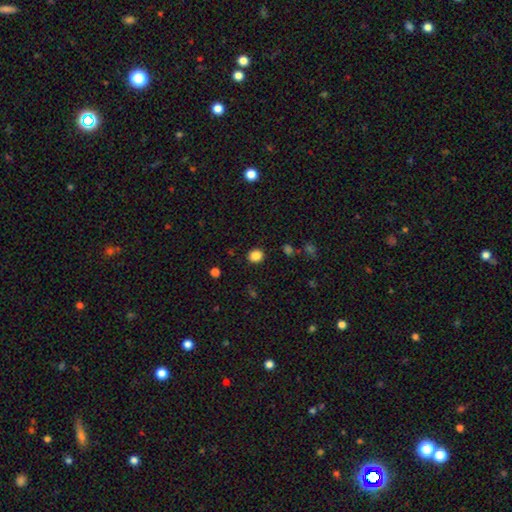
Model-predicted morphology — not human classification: type=smooth (85%); roundness=round (76%); merging=none (90%).